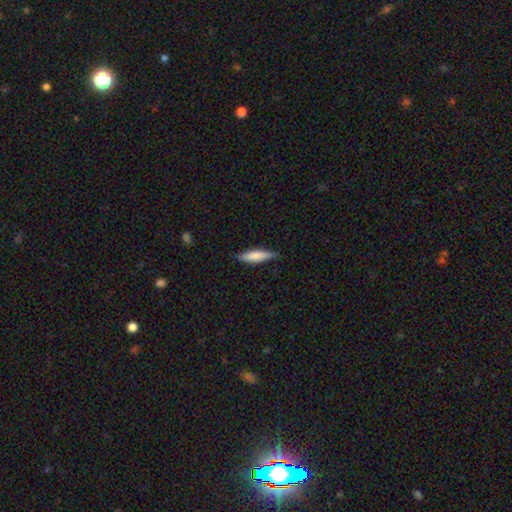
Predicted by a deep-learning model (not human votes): Overall: smooth (69%). How rounded: cigar-shaped (78%). Merging: none (82%).